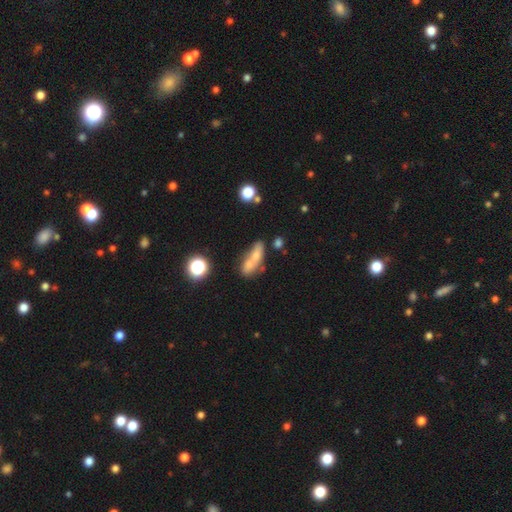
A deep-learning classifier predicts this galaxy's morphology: Q: Smooth or featured?
A: smooth (57%); runner-up: featured or disk (27%)
Q: How rounded?
A: in between (56%); runner-up: cigar-shaped (27%)
Q: Merging?
A: merger (53%); runner-up: none (28%)